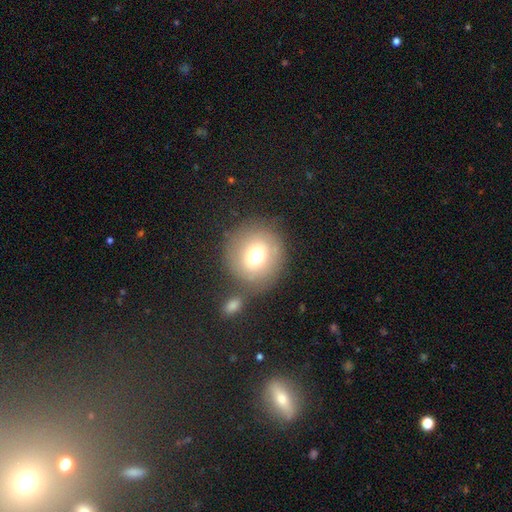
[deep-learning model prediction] Smooth or featured?
  - smooth: 70% *
  - featured or disk: 18%
  - star or artifact: 13%
How rounded?
  - round: 91% *
  - in between: 8%
  - cigar-shaped: 1%
Merging?
  - none: 65% *
  - merger: 15%
  - minor disturbance: 13%
  - major disturbance: 7%